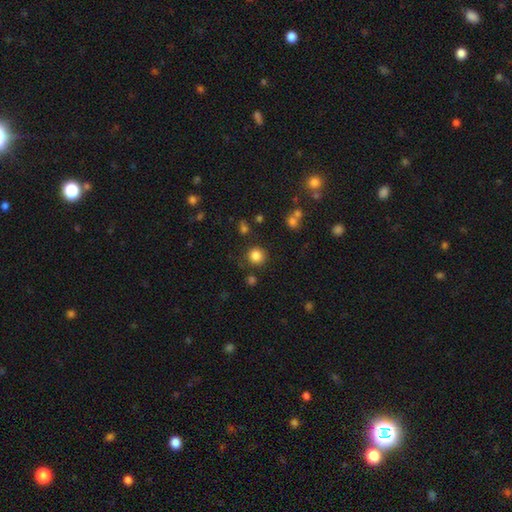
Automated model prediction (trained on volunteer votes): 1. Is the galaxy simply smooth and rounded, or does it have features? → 84% smooth, 12% star or artifact, 5% featured or disk.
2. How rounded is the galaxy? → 93% round, 6% in between, 1% cigar-shaped.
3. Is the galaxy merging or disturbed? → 86% none, 8% minor disturbance, 4% merger, 3% major disturbance.